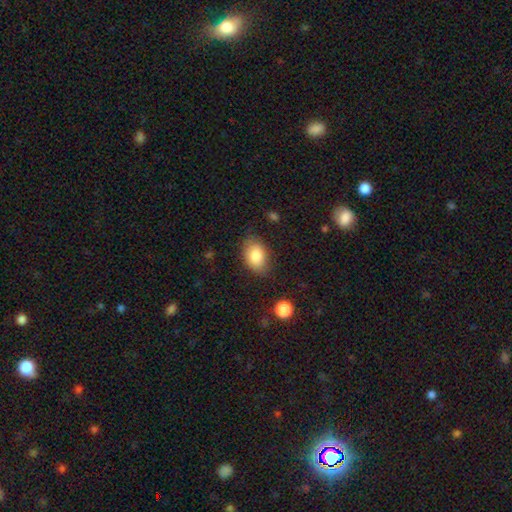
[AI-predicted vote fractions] A smooth galaxy with no disk features (84%) that is in between round and cigar-shaped (87%).

Vote fractions:
- Smooth or featured? smooth: 84% / featured or disk: 9% / star or artifact: 8%
- How rounded? in between: 87% / round: 12% / cigar-shaped: 1%
- Merging? none: 79% / minor disturbance: 16% / major disturbance: 4% / merger: 2%